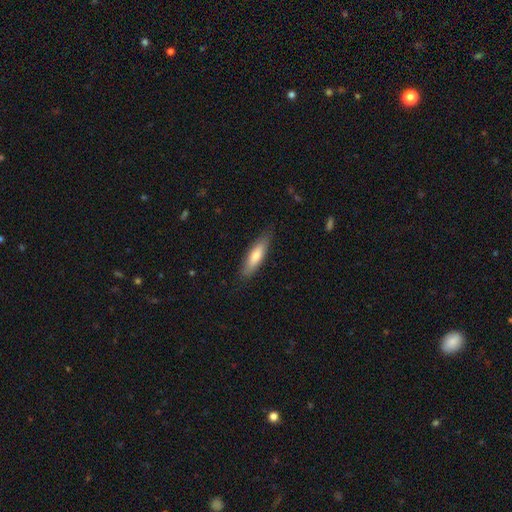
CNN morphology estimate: Smooth or featured?
  - smooth: 72% *
  - featured or disk: 23%
  - star or artifact: 5%
How rounded?
  - cigar-shaped: 64% *
  - in between: 35%
  - round: 2%
Merging?
  - none: 84% *
  - minor disturbance: 13%
  - major disturbance: 2%
  - merger: 1%